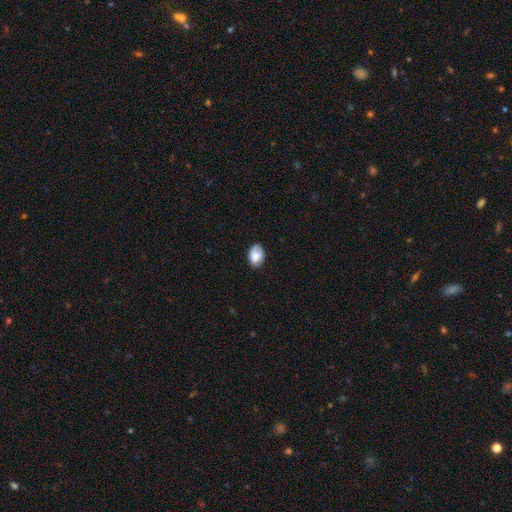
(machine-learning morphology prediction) smooth 81%, featured or disk 11%, star or artifact 7%. Down the decision tree: how rounded — in between (86%); merging — none (76%).